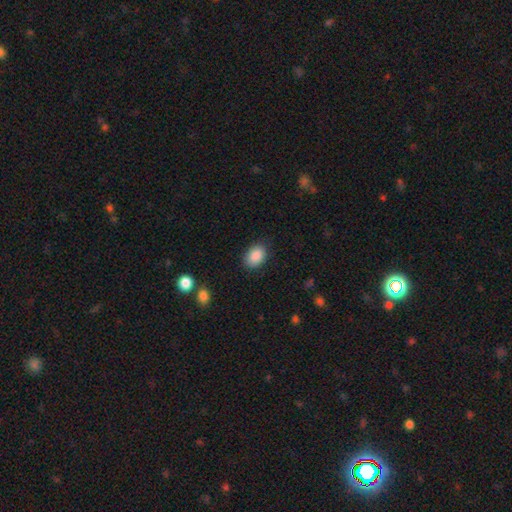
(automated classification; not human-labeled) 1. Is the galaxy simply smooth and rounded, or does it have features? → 89% smooth, 8% star or artifact, 3% featured or disk.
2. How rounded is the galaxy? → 79% in between, 20% round, 1% cigar-shaped.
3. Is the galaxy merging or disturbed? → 85% none, 11% minor disturbance, 3% major disturbance, 1% merger.